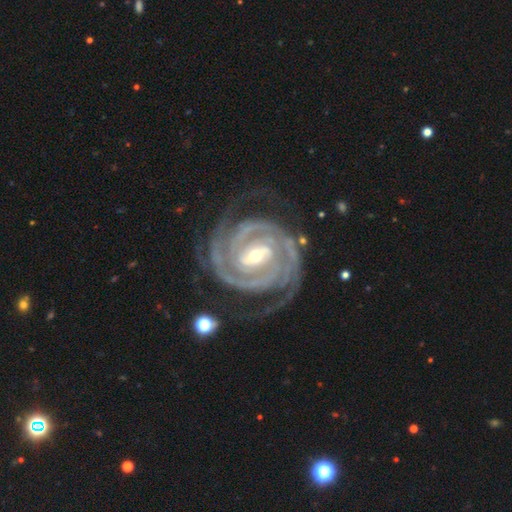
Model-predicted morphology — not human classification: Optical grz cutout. It shows a featured or disk galaxy (94%) with a weak bar (41%, tied with strong), 2 (53%) tight (76%) spiral arms (99%) and a moderate central bulge (50%). Merging: none (72%).